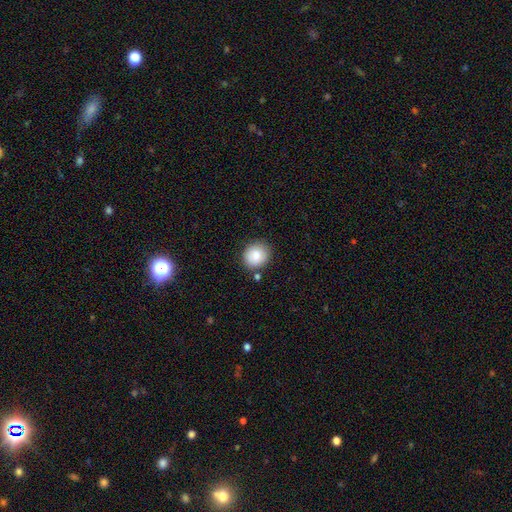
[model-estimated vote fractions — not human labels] Morphology: type=smooth (84%); roundness=round (82%); merging=none (83%).